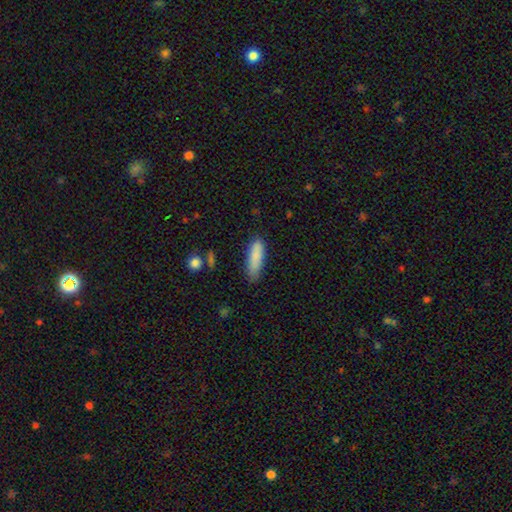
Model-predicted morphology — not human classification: Smooth or featured: smooth — 86% (featured or disk — 7%)
How rounded: cigar-shaped — 53% (in between — 45%)
Merging: none — 73% (minor disturbance — 21%)